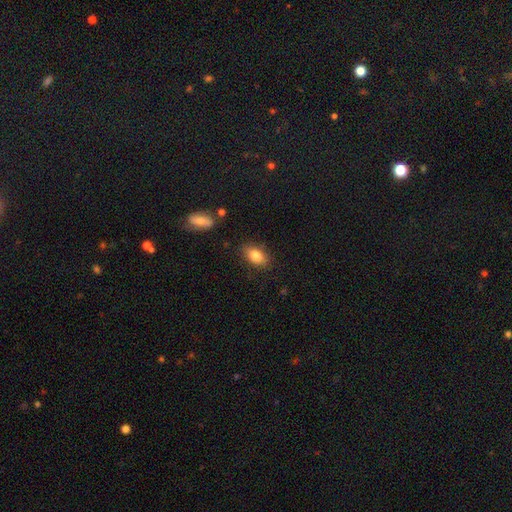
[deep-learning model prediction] Smooth or featured? Predicted: smooth (p=0.82). How rounded? Predicted: in between (p=0.89). Merging? Predicted: none (p=0.83).